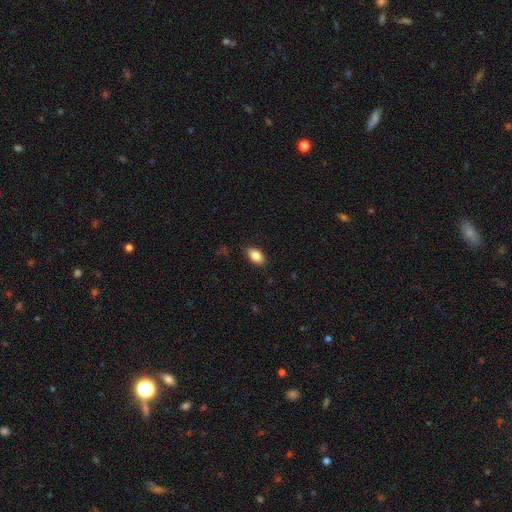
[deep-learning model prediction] Smooth or featured?
  - smooth: 86% *
  - star or artifact: 8%
  - featured or disk: 6%
How rounded?
  - in between: 91% *
  - round: 7%
  - cigar-shaped: 2%
Merging?
  - none: 86% *
  - minor disturbance: 11%
  - major disturbance: 2%
  - merger: 1%